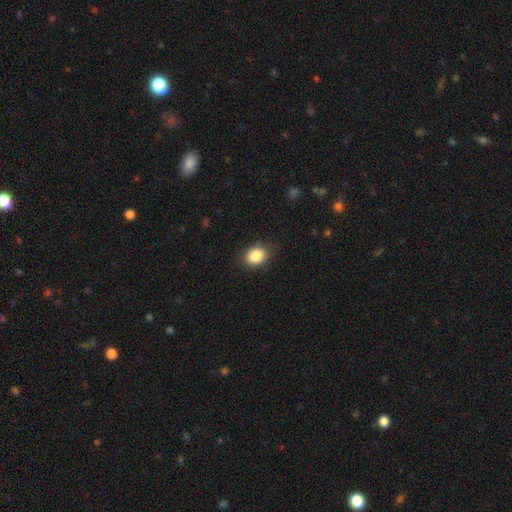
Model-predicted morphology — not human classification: smooth_or_featured: smooth (p=0.87) [alt: star or artifact p=0.08]
how_rounded: in between (p=0.56) [alt: round p=0.43]
merging: none (p=0.85) [alt: minor disturbance p=0.11]